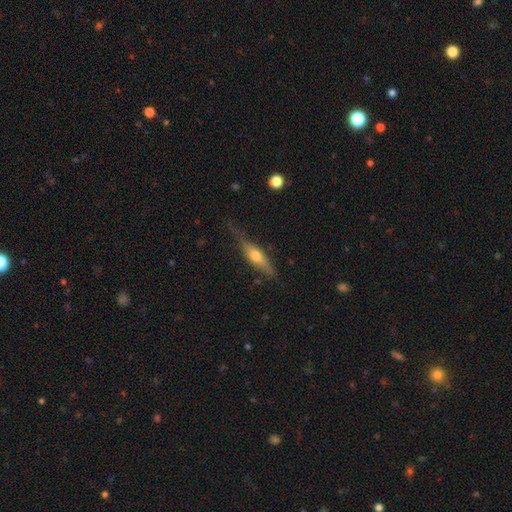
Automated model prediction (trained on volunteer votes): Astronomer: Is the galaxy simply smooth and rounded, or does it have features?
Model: featured or disk — 53% (runner-up: smooth, 41%).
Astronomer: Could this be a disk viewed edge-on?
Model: yes — 89%.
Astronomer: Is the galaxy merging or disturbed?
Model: none — 60%.